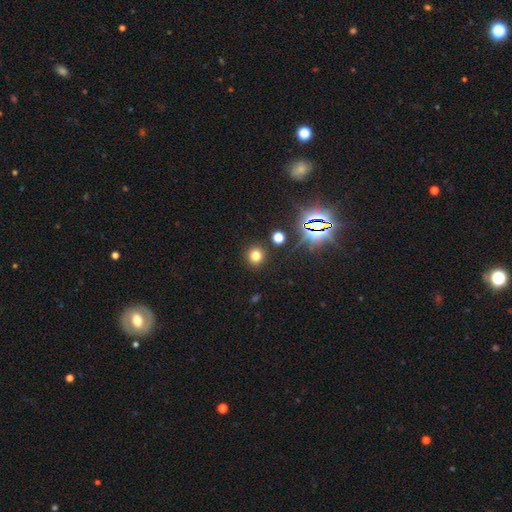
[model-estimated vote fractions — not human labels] Morphology: type=smooth (72%); roundness=round (85%); merging=none (89%).